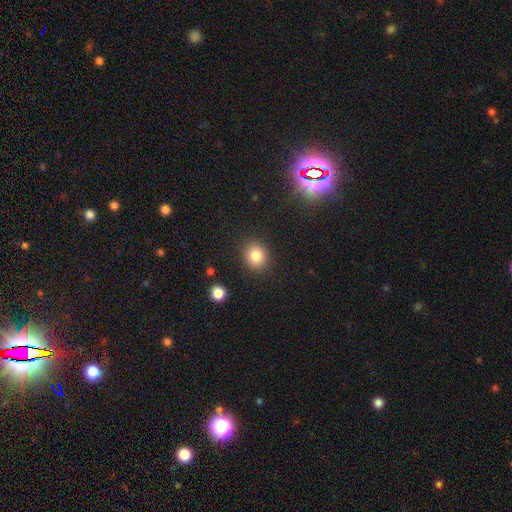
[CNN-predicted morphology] Smooth or featured? smooth (83%)
How rounded? round (76%)
Merging? none (88%)